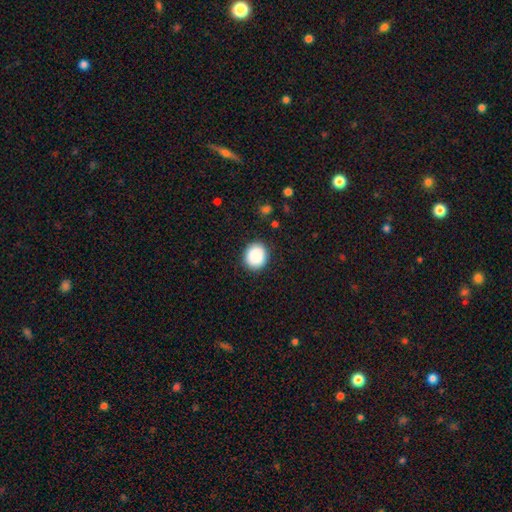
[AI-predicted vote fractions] Smooth or featured: smooth — 89% (star or artifact — 8%)
How rounded: round — 75% (in between — 24%)
Merging: none — 89% (minor disturbance — 7%)